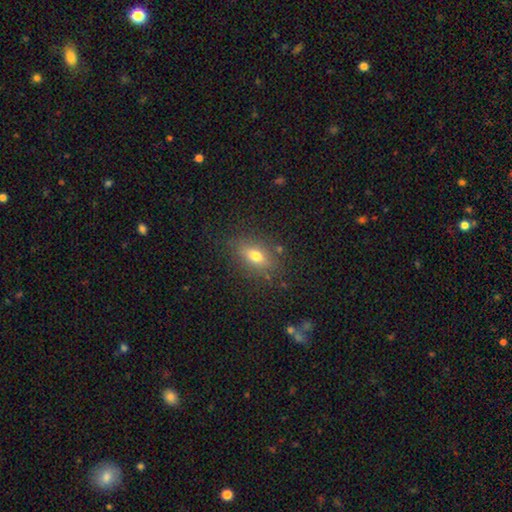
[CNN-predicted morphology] smooth_or_featured: smooth (p=0.71) [alt: featured or disk p=0.16]
how_rounded: in between (p=0.74) [alt: round p=0.18]
merging: none (p=0.82) [alt: minor disturbance p=0.12]